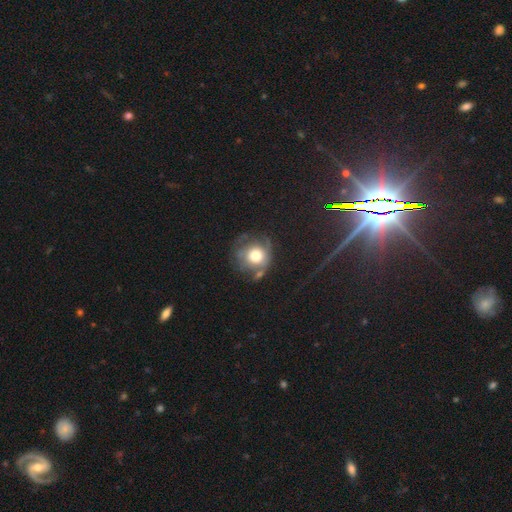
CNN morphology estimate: Q: Smooth or featured?
A: smooth (57%); runner-up: featured or disk (31%)
Q: How rounded?
A: round (87%); runner-up: in between (12%)
Q: Merging?
A: none (49%); runner-up: minor disturbance (24%)